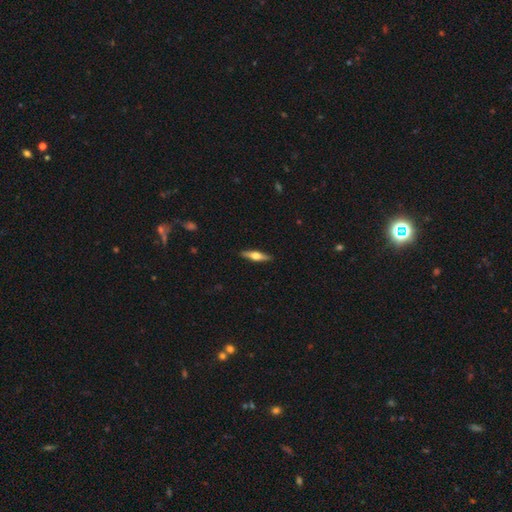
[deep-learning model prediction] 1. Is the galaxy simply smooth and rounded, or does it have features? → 56% featured or disk, 38% smooth, 6% star or artifact.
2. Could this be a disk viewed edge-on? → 95% yes, 5% no.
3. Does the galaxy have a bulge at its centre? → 93% rounded, 4% boxy, 2% none.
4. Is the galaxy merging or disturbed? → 90% none, 7% minor disturbance, 2% major disturbance, 1% merger.